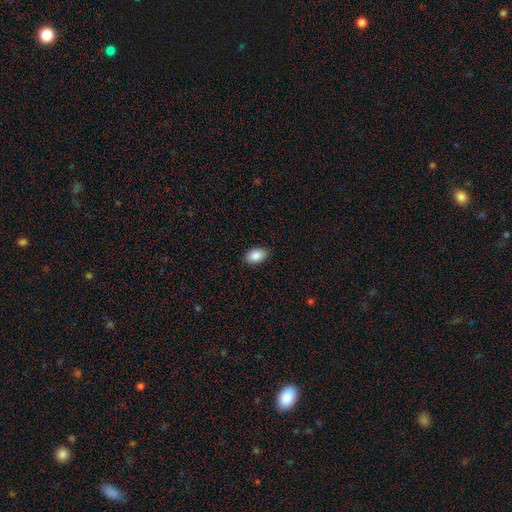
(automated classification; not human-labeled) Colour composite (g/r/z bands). It shows a smooth galaxy with no disk features (88%) that is in between round and cigar-shaped (91%). Merging: none (88%).